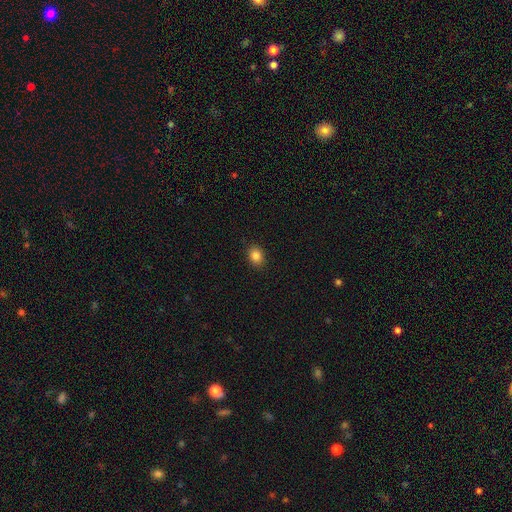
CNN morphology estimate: The model was most divided on "how rounded": in between: 53%, round: 46%, cigar-shaped: 1%. More confident: merging — none (89%); smooth or featured — smooth (85%).